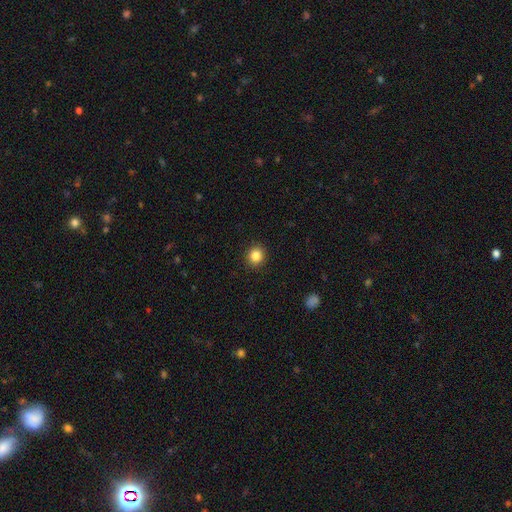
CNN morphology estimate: This appears to be a smooth galaxy with no disk features (85%) that is round (86%). Merging: none (92%).